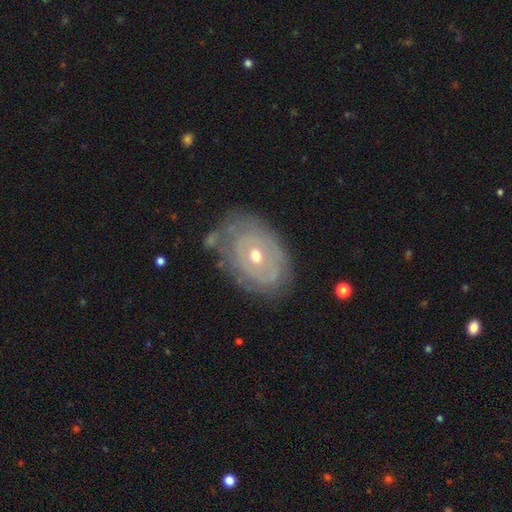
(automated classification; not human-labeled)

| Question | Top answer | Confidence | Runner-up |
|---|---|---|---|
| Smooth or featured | featured or disk | 73% | smooth (20%) |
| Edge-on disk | no | 95% | yes (5%) |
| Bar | no | 81% | weak (15%) |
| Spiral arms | yes | 57% | no (43%) |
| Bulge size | moderate | 56% | small (41%) |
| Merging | none | 67% | minor disturbance (22%) |